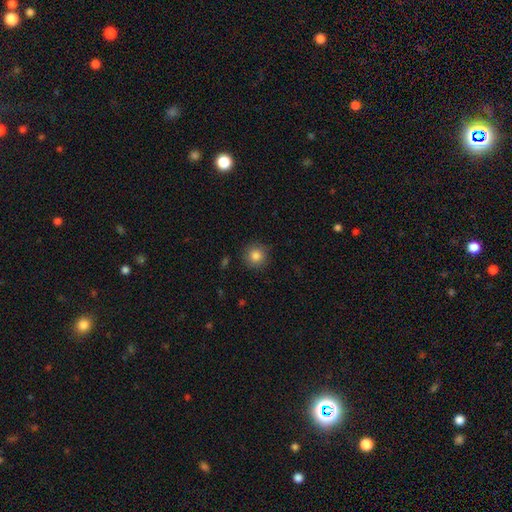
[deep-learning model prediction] smooth-or-featured: smooth: 84% | star or artifact: 10% | featured or disk: 6%
  how-rounded: round: 94% | in between: 5% | cigar-shaped: 1%
  merging: none: 88% | minor disturbance: 8% | major disturbance: 2% | merger: 1%